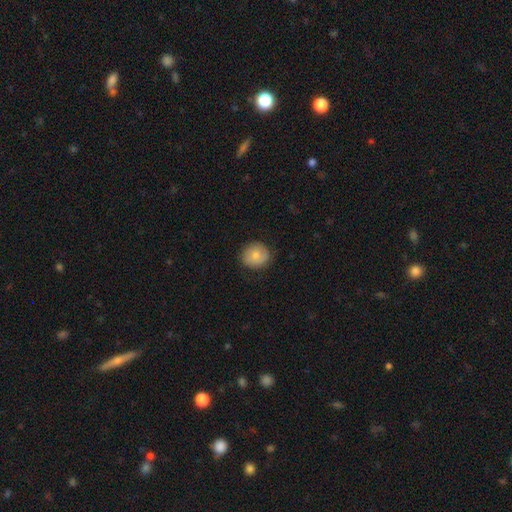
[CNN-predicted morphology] A smooth galaxy with no disk features (72%) that is round (82%). Merging: none (82%).